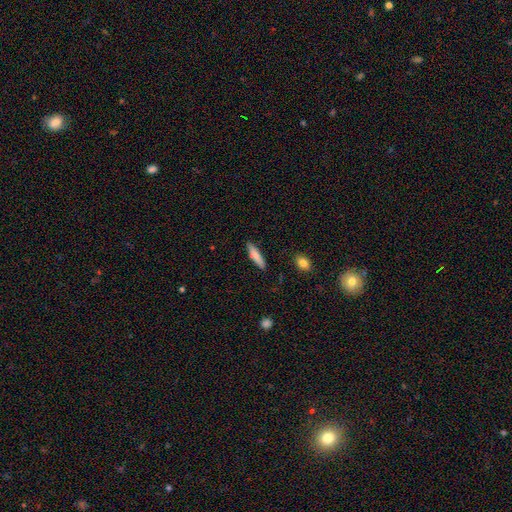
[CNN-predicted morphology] This appears to be a smooth galaxy with no disk features (81%) that is cigar-shaped (80%). Merging: none (87%).